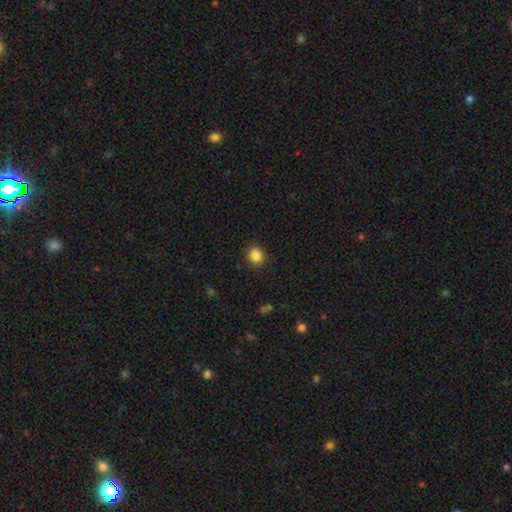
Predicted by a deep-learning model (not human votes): Smooth or featured? Predicted: smooth (p=0.86). How rounded? Predicted: round (p=0.79). Merging? Predicted: none (p=0.90).